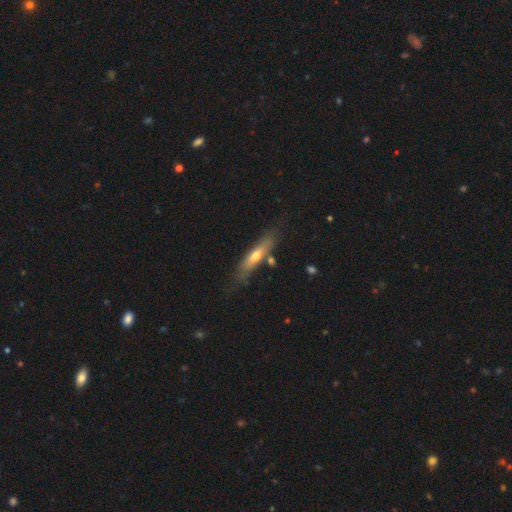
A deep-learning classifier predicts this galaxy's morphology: A smooth galaxy with no disk features (48%). Merging: none (72%).